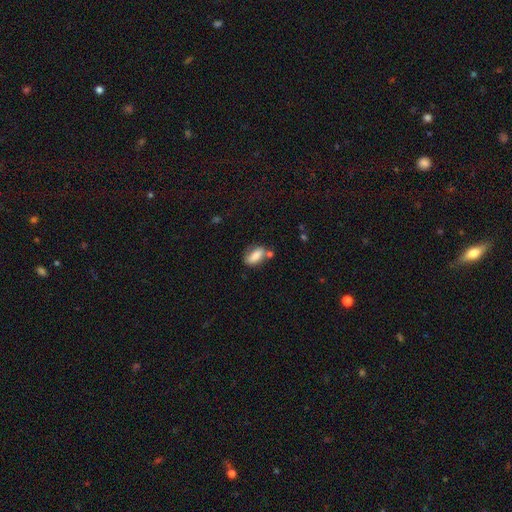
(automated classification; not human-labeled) This appears to be a smooth galaxy with no disk features (81%) that is in between round and cigar-shaped (83%). Merging: none (56%).